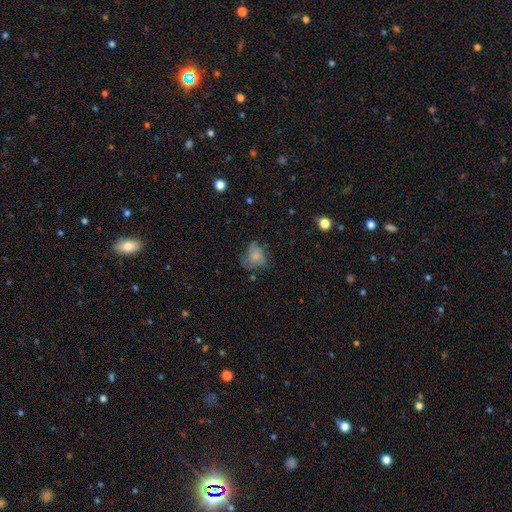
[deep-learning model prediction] smooth 63%, featured or disk 26%, star or artifact 11%. Down the decision tree: how rounded — round (51%); merging — none (50%).